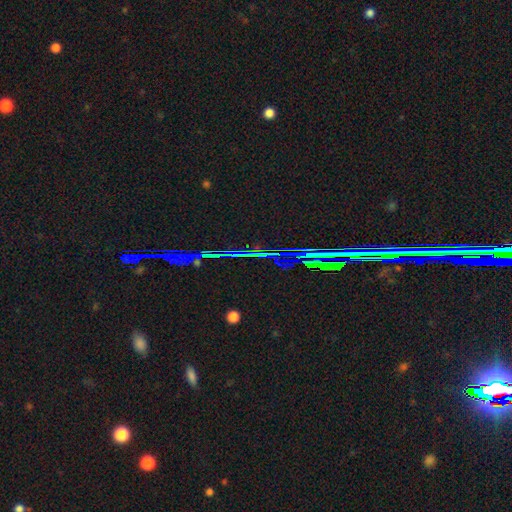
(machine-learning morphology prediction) Smooth or featured?
  - star or artifact: 84% *
  - smooth: 8%
  - featured or disk: 8%